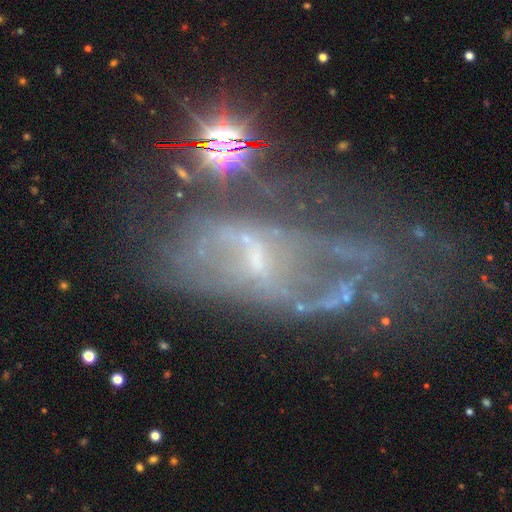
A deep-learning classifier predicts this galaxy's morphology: type=featured or disk (67%); edge-on=no (91%); bar=no (47%); spiral arms=no (52%); bulge=small (54%); merging=major disturbance (39%).